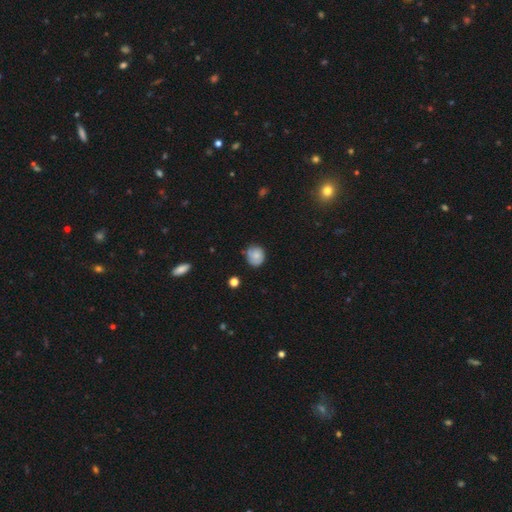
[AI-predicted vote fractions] smooth-or-featured: smooth: 69% | featured or disk: 22% | star or artifact: 9%
  how-rounded: round: 79% | in between: 20% | cigar-shaped: 1%
  merging: none: 64% | minor disturbance: 28% | major disturbance: 6% | merger: 2%